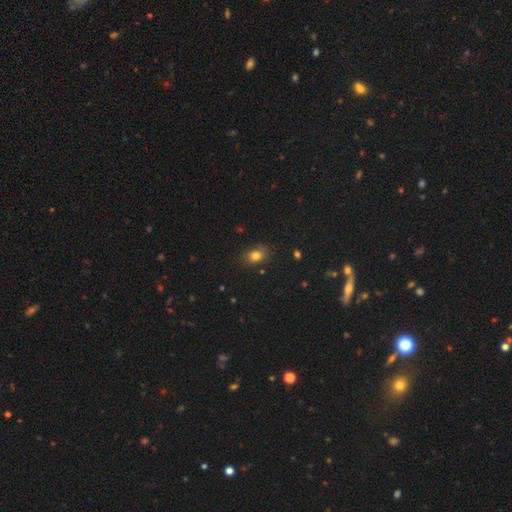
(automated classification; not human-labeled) smooth_or_featured: smooth (p=0.81) [alt: star or artifact p=0.12]
how_rounded: in between (p=0.69) [alt: round p=0.30]
merging: none (p=0.81) [alt: minor disturbance p=0.14]